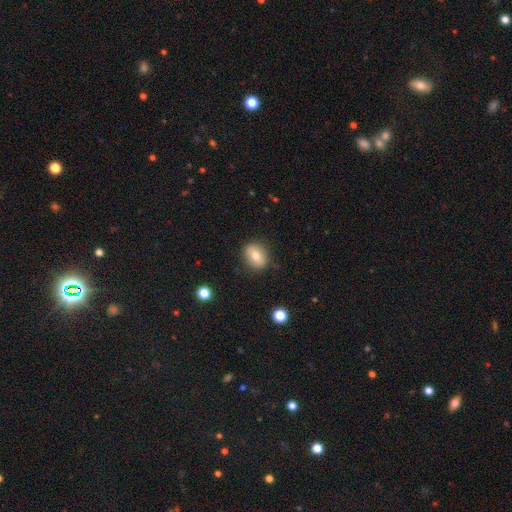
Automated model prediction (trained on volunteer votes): Q: Smooth or featured?
A: smooth (72%); runner-up: featured or disk (20%)
Q: How rounded?
A: in between (54%); runner-up: round (44%)
Q: Merging?
A: none (83%); runner-up: minor disturbance (12%)